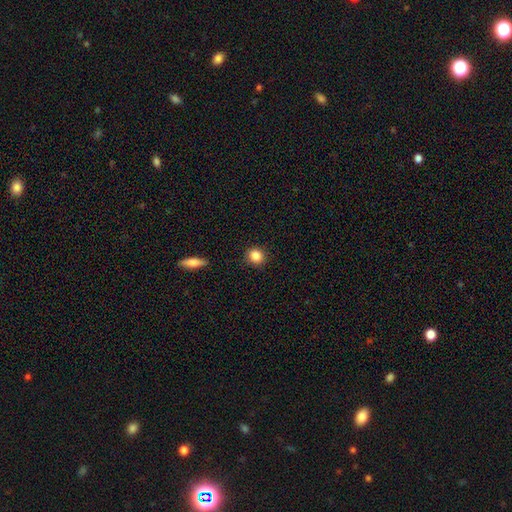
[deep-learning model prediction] smooth 85%, star or artifact 10%, featured or disk 5%. Down the decision tree: how rounded — round (85%); merging — none (89%).